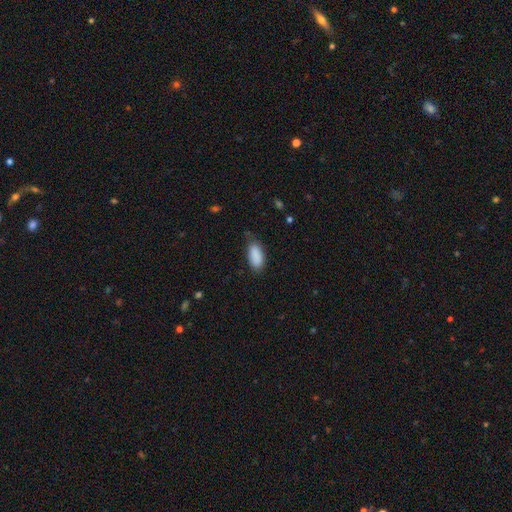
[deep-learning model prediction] smooth_or_featured: smooth (p=0.90) [alt: star or artifact p=0.07]
how_rounded: in between (p=0.90) [alt: cigar-shaped p=0.08]
merging: none (p=0.73) [alt: minor disturbance p=0.21]